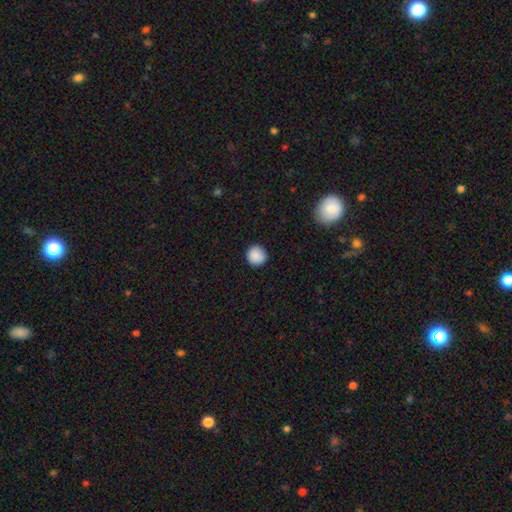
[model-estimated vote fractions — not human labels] Morphology: type=smooth (89%); roundness=round (94%); merging=none (91%).